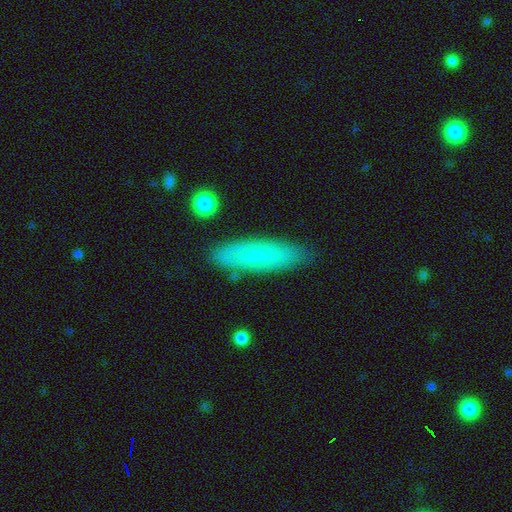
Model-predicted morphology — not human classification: smooth_or_featured: smooth (p=0.68) [alt: featured or disk p=0.26]
how_rounded: cigar-shaped (p=0.55) [alt: in between p=0.43]
merging: none (p=0.81) [alt: minor disturbance p=0.14]